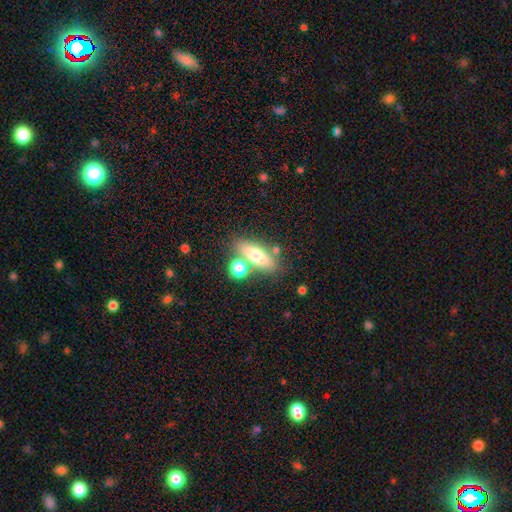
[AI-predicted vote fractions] smooth 63%, featured or disk 28%, star or artifact 9%. Down the decision tree: how rounded — in between (62%); merging — none (65%).